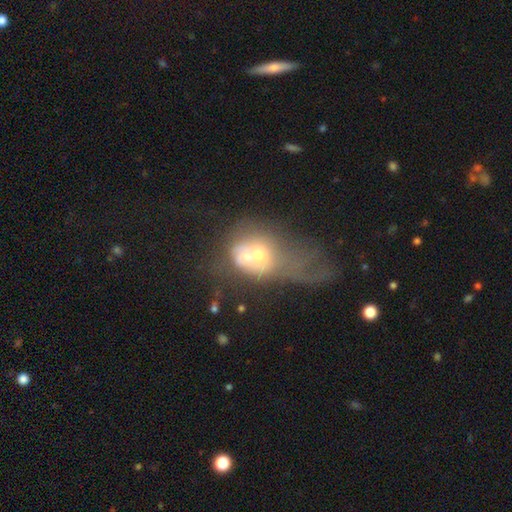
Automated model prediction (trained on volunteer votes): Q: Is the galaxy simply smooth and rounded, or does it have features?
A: smooth — 47%.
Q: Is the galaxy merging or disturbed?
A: merger — 62%.